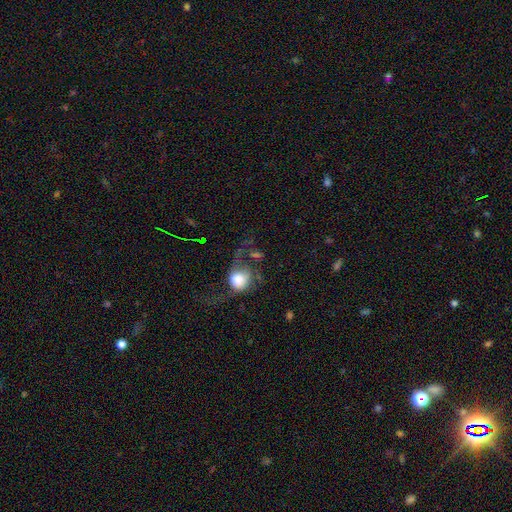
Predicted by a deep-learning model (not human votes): smooth-or-featured: smooth: 44% | featured or disk: 43% | star or artifact: 13%
  merging: major disturbance: 52% | none: 26% | minor disturbance: 14% | merger: 7%